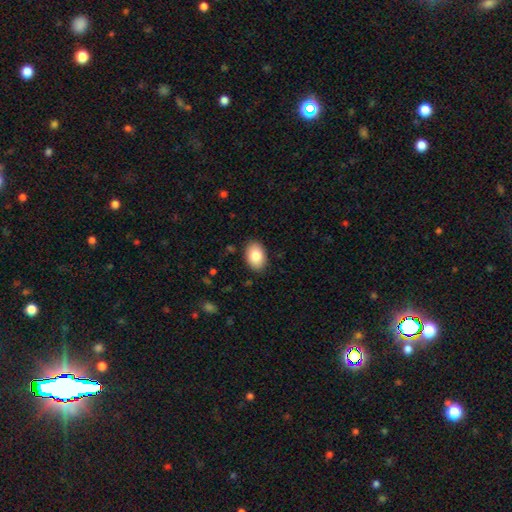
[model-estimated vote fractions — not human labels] smooth 84%, featured or disk 9%, star or artifact 7%. Down the decision tree: how rounded — in between (87%); merging — none (88%).